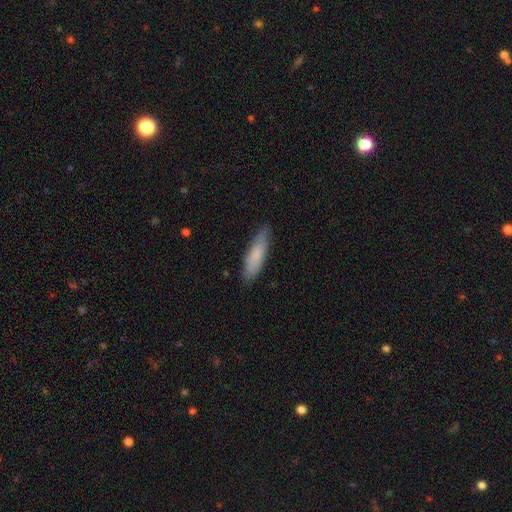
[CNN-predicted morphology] Overall: smooth (77%). How rounded: cigar-shaped (68%; in between 31%). Merging: none (84%).